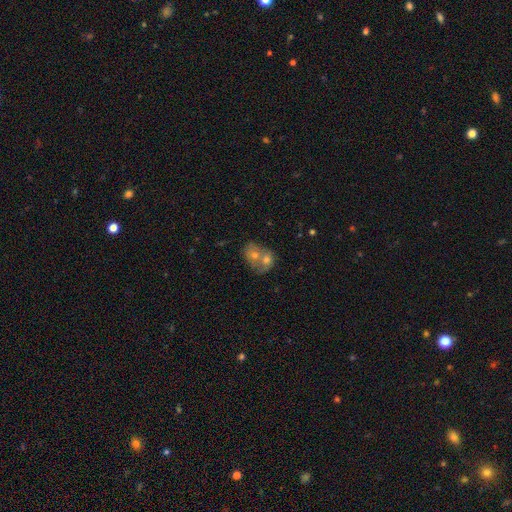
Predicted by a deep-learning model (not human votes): A smooth galaxy with no disk features (60%) that is round (53%).

Vote fractions:
- Smooth or featured? smooth: 60% / featured or disk: 31% / star or artifact: 9%
- How rounded? round: 53% / in between: 46% / cigar-shaped: 1%
- Merging? merger: 75% / none: 16% / minor disturbance: 6% / major disturbance: 3%